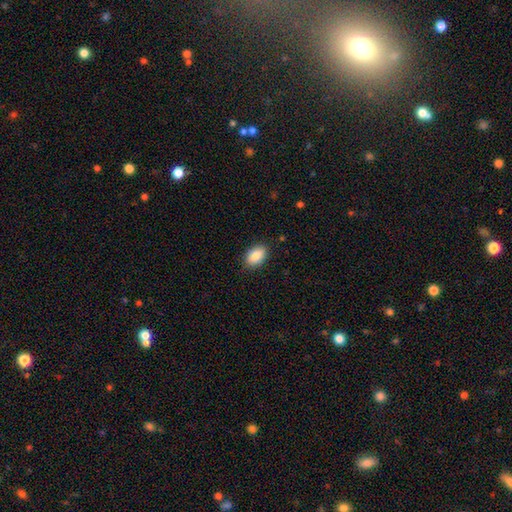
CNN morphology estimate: smooth_or_featured: smooth (p=0.89) [alt: star or artifact p=0.07]
how_rounded: in between (p=0.91) [alt: round p=0.07]
merging: none (p=0.87) [alt: minor disturbance p=0.10]